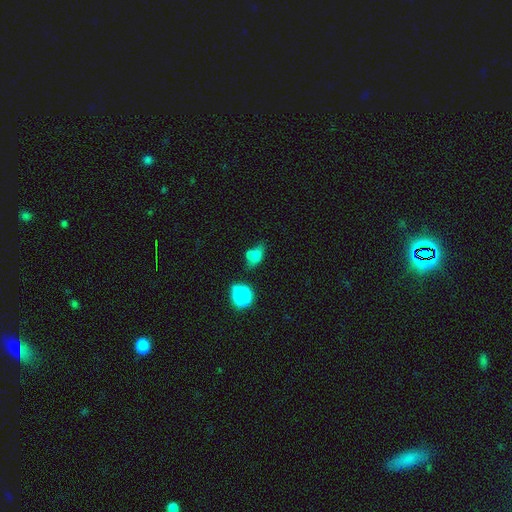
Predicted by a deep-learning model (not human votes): Q: Smooth or featured?
A: smooth (66%); runner-up: featured or disk (18%)
Q: How rounded?
A: in between (68%); runner-up: round (25%)
Q: Merging?
A: merger (39%); runner-up: none (36%)